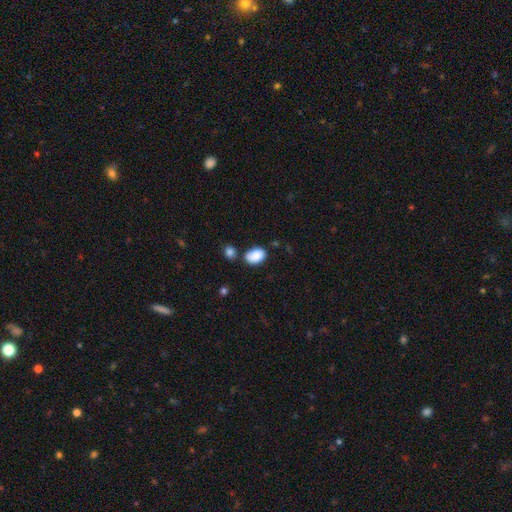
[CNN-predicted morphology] smooth_or_featured: smooth (p=0.88) [alt: star or artifact p=0.07]
how_rounded: in between (p=0.88) [alt: round p=0.11]
merging: none (p=0.65) [alt: minor disturbance p=0.19]